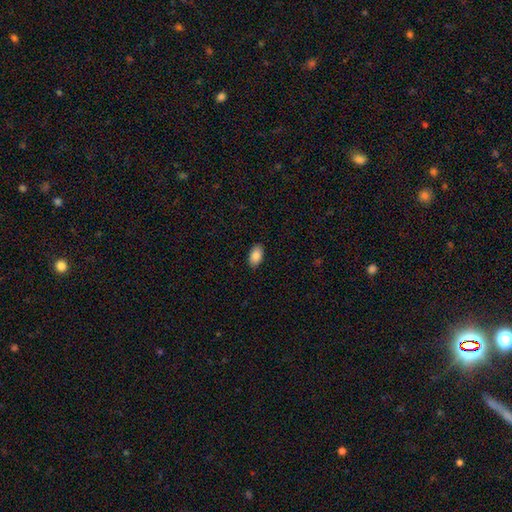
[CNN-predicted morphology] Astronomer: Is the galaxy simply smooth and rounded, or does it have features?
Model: smooth — 88%.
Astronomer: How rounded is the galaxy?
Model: in between — 94%.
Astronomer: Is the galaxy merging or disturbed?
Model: none — 89%.